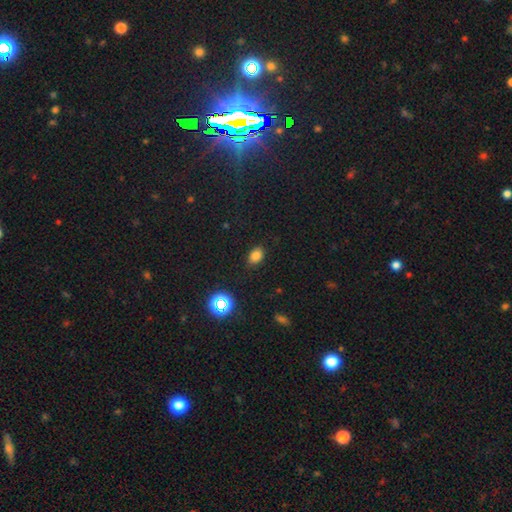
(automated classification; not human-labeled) Morphology: type=smooth (78%); roundness=in between (80%); merging=none (85%).